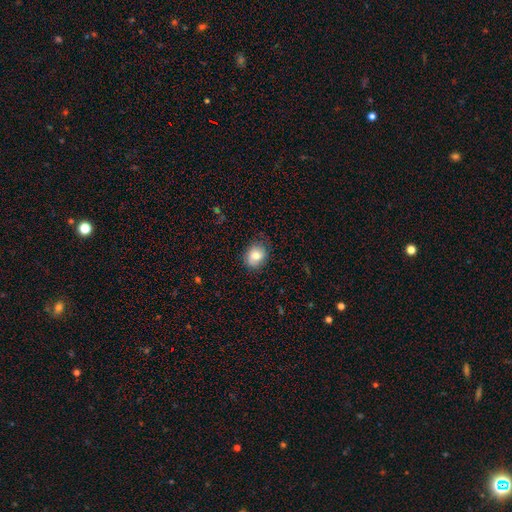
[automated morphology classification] Smooth or featured: smooth — 79% (featured or disk — 12%)
How rounded: round — 53% (in between — 46%)
Merging: none — 78% (minor disturbance — 17%)